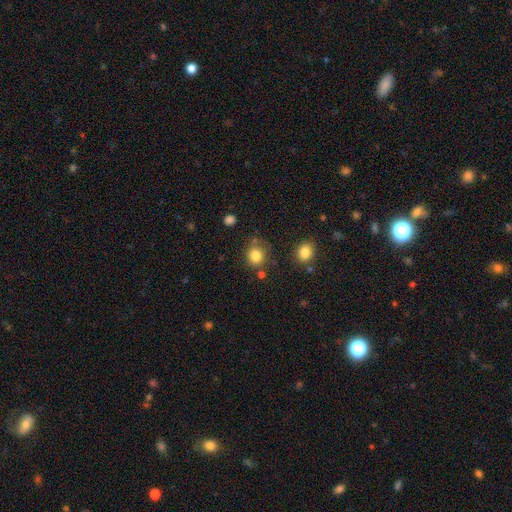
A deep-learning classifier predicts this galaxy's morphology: Smooth or featured: smooth — 82% (star or artifact — 12%)
How rounded: round — 81% (in between — 19%)
Merging: none — 74% (minor disturbance — 14%)